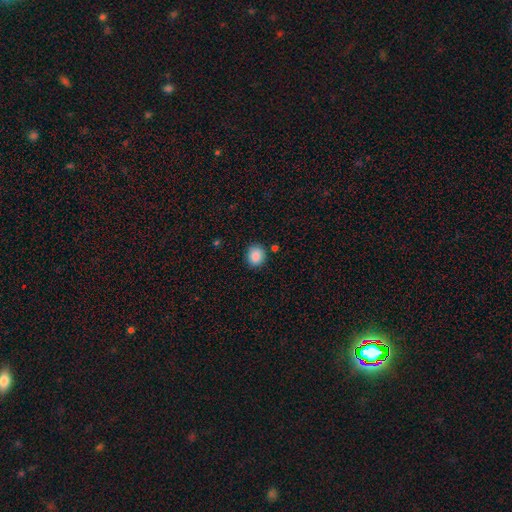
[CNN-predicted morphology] Smooth or featured? Predicted: smooth (p=0.88). How rounded? Predicted: round (p=0.70). Merging? Predicted: none (p=0.85).